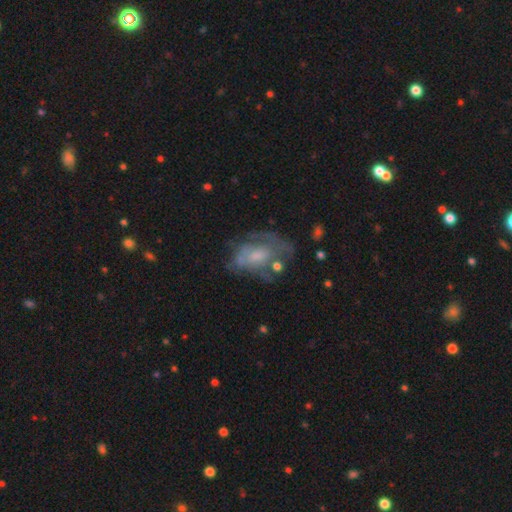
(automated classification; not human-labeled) The model was most divided on "bulge size" (2-way tie): moderate: 39%, small: 39%, none: 14%, large: 6%, dominant: 1%. Remaining: edge-on disk — no (95%); bar — no (70%); smooth or featured — featured or disk (60%); spiral arms — no (53%); merging — none (39%).